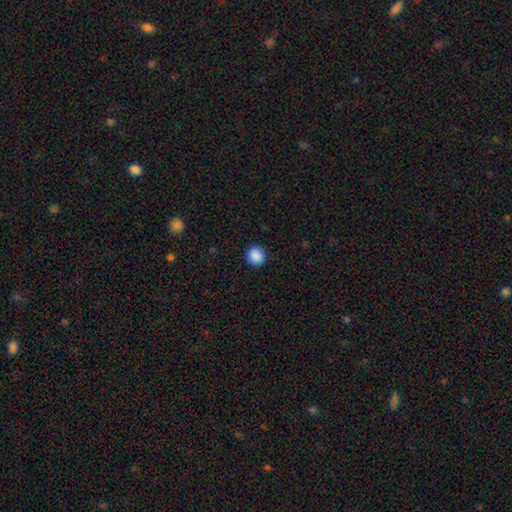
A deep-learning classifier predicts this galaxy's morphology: Overall: smooth (89%). How rounded: round (88%). Merging: none (91%).